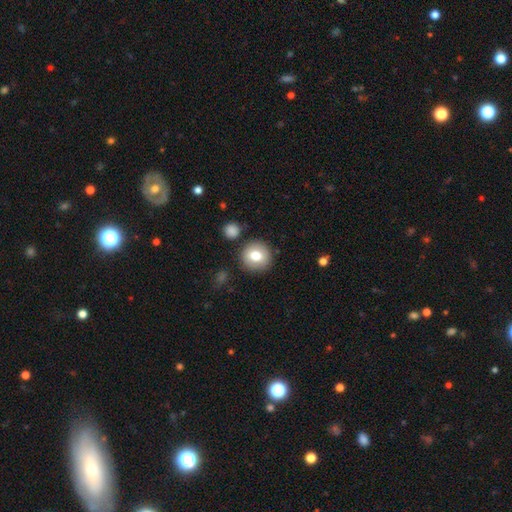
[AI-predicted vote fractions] Q: Smooth or featured?
A: smooth (76%); runner-up: featured or disk (15%)
Q: How rounded?
A: round (93%); runner-up: in between (6%)
Q: Merging?
A: none (86%); runner-up: minor disturbance (7%)